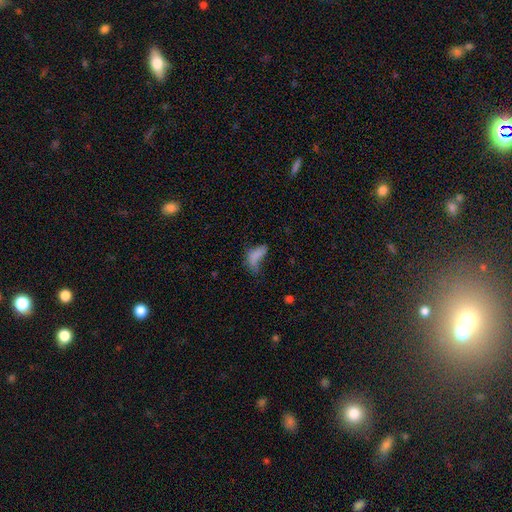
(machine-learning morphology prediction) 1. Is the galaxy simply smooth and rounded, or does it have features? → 69% smooth, 17% featured or disk, 13% star or artifact.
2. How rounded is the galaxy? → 81% in between, 14% cigar-shaped, 5% round.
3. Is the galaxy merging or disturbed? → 44% major disturbance, 24% none, 23% minor disturbance, 8% merger.